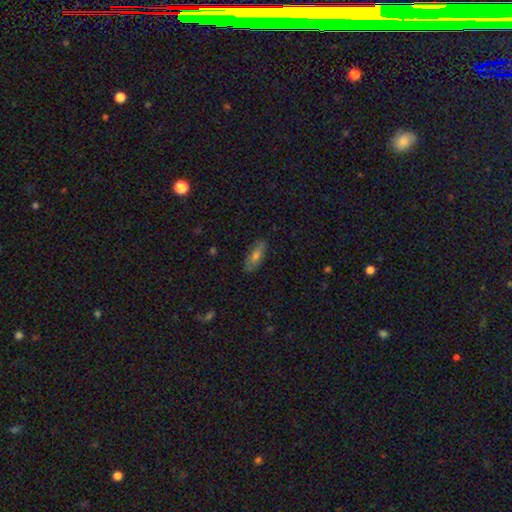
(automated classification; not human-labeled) smooth-or-featured: smooth: 67% | featured or disk: 25% | star or artifact: 9%
  how-rounded: in between: 65% | cigar-shaped: 32% | round: 3%
  merging: none: 87% | minor disturbance: 10% | major disturbance: 2% | merger: 1%